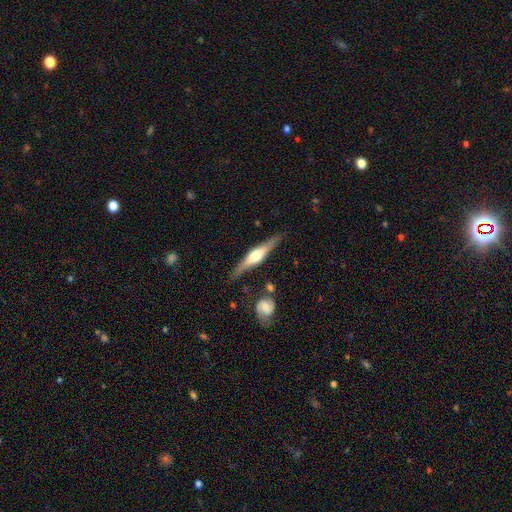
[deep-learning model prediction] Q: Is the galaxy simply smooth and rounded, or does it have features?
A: featured or disk — 72%.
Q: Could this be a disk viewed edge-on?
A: yes — 96%.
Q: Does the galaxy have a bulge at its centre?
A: rounded — 86%.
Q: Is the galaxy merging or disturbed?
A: none — 84%.